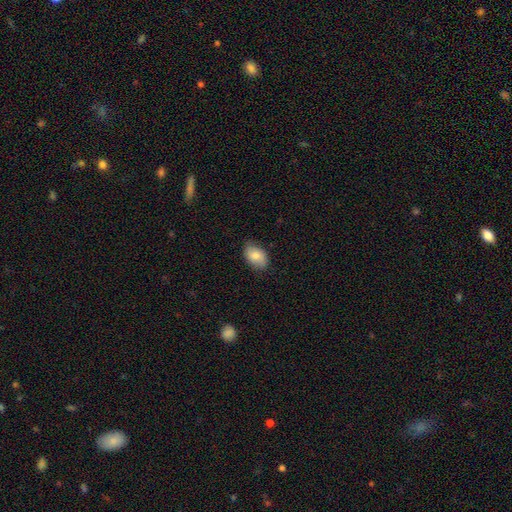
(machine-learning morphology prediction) smooth_or_featured: smooth (p=0.80) [alt: featured or disk p=0.14]
how_rounded: in between (p=0.89) [alt: round p=0.10]
merging: none (p=0.77) [alt: minor disturbance p=0.18]